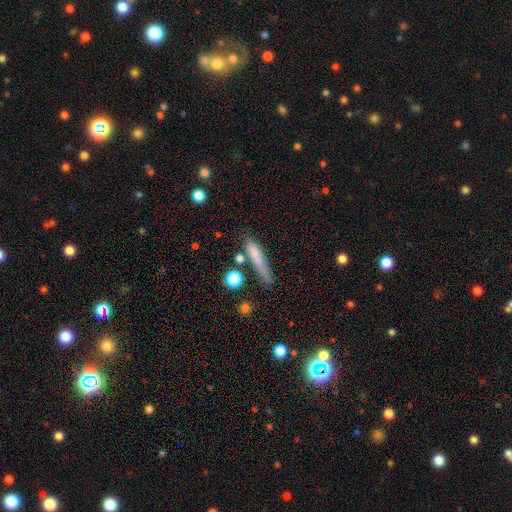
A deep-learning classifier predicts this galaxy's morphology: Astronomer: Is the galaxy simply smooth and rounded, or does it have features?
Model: smooth — 69%.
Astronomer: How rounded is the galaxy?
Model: cigar-shaped — 84%.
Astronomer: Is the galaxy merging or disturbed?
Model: none — 60%.